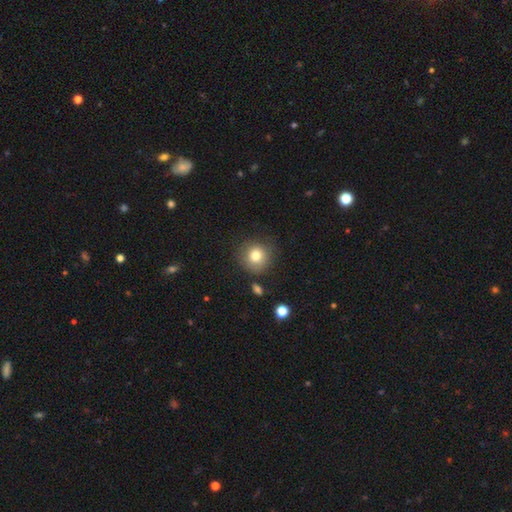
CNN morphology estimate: smooth_or_featured: smooth (p=0.80) [alt: star or artifact p=0.11]
how_rounded: round (p=0.90) [alt: in between p=0.09]
merging: none (p=0.79) [alt: minor disturbance p=0.13]